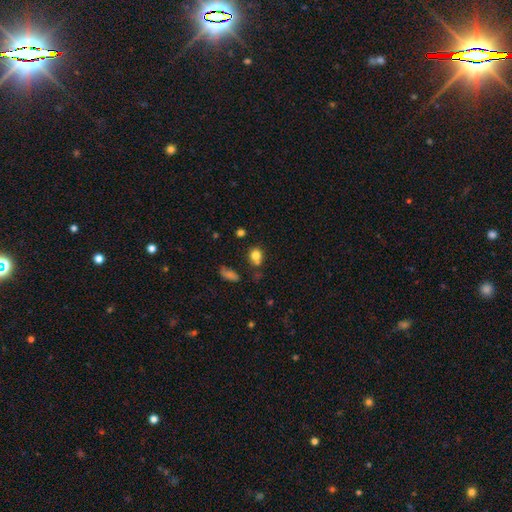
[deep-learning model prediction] smooth_or_featured: smooth (p=0.80) [alt: star or artifact p=0.12]
how_rounded: round (p=0.58) [alt: in between p=0.41]
merging: none (p=0.62) [alt: minor disturbance p=0.20]